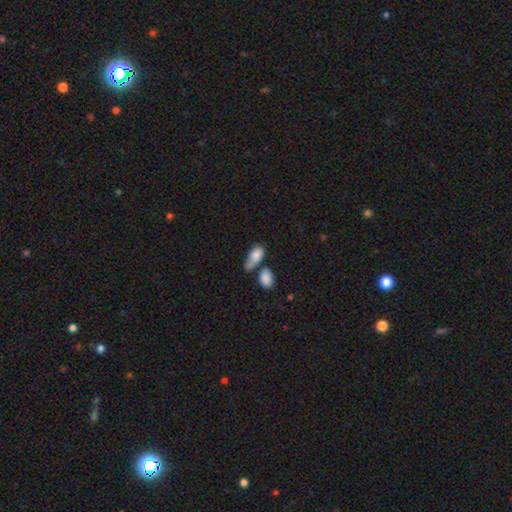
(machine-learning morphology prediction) Overall: smooth (82%). How rounded: in between (87%). Merging: merger (36%; none 28%).